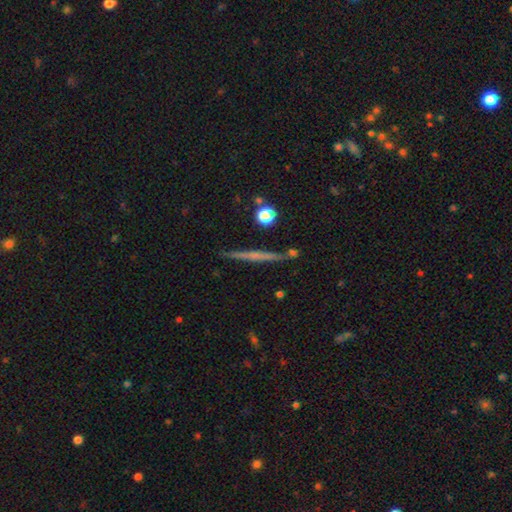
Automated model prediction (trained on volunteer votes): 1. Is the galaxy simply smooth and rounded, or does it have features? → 61% featured or disk, 31% smooth, 8% star or artifact.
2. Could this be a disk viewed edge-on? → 97% yes, 3% no.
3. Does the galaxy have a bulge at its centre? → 67% none, 25% rounded, 8% boxy.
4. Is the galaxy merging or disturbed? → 89% none, 7% minor disturbance, 3% merger, 2% major disturbance.